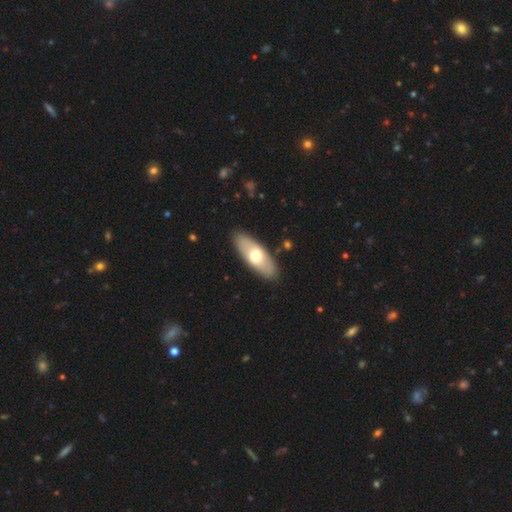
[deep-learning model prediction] A smooth galaxy with no disk features (61%) that is in between round and cigar-shaped (75%). Merging: none (88%).